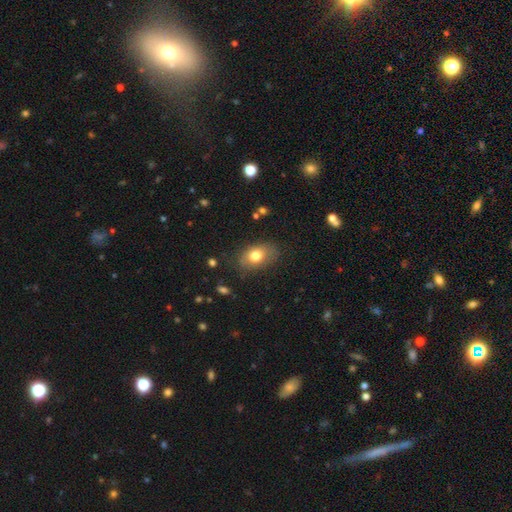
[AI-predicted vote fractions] smooth-or-featured: smooth: 75% | featured or disk: 16% | star or artifact: 9%
  how-rounded: in between: 82% | round: 16% | cigar-shaped: 1%
  merging: none: 77% | minor disturbance: 16% | major disturbance: 5% | merger: 2%